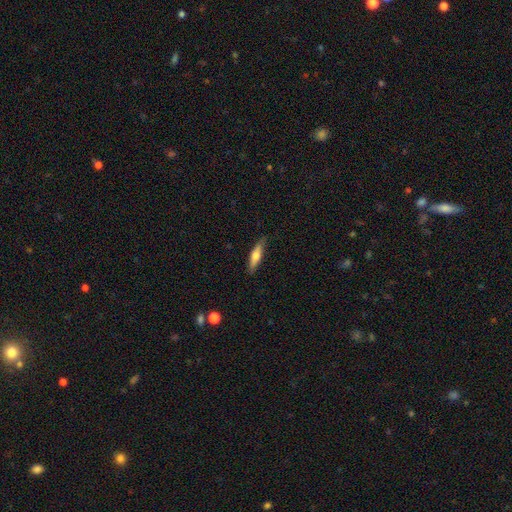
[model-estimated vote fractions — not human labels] A smooth galaxy with no disk features (58%) that is cigar-shaped (74%). Merging: none (82%).